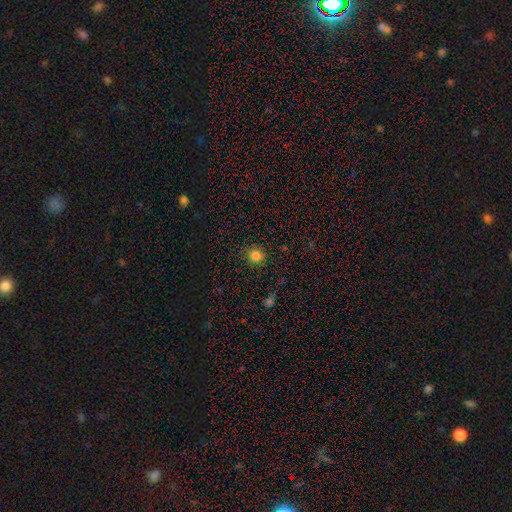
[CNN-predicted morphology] smooth 83%, star or artifact 13%, featured or disk 4%. Down the decision tree: how rounded — round (90%); merging — none (90%).